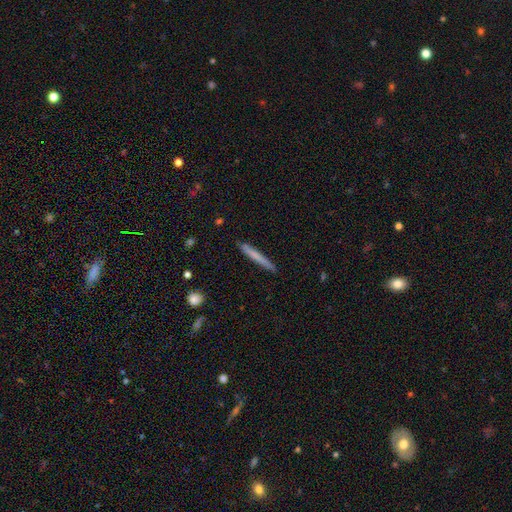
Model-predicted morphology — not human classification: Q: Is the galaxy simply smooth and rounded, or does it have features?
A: smooth — 67%.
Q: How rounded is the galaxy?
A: cigar-shaped — 97%.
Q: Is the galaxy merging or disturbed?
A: none — 90%.